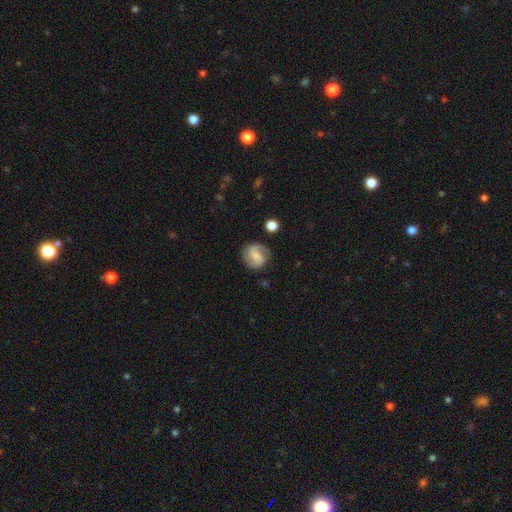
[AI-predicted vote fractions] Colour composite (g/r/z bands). It shows a featured or disk galaxy (69%) with a weak bar (49%), 2 (88%) medium (46%) spiral arms (93%) and a small central bulge (51%). Merging: none (82%).